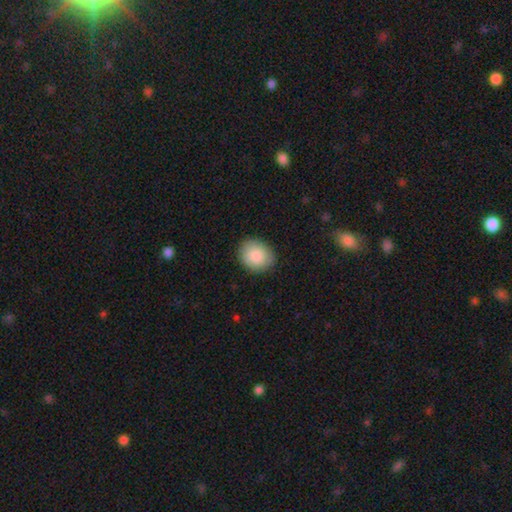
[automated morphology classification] type=smooth (88%); roundness=round (55%); merging=none (86%).